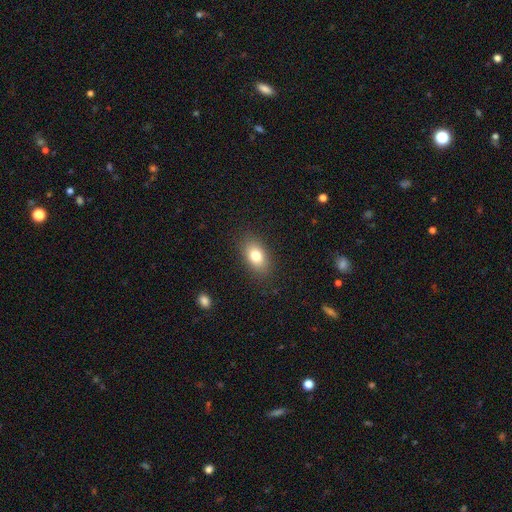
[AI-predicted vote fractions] Overall: smooth (79%). How rounded: in between (87%). Merging: none (86%).